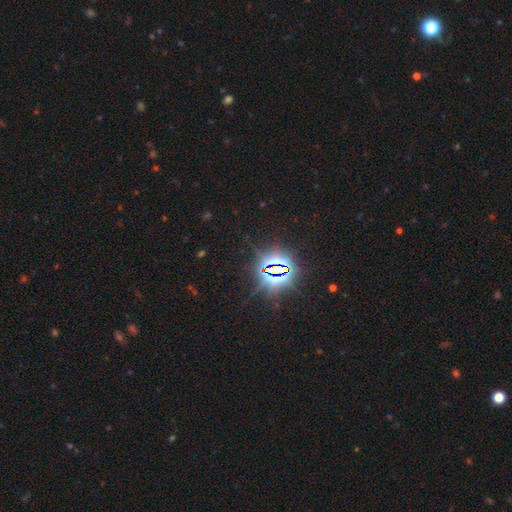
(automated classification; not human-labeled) star or artifact 83%, smooth 10%, featured or disk 7%.